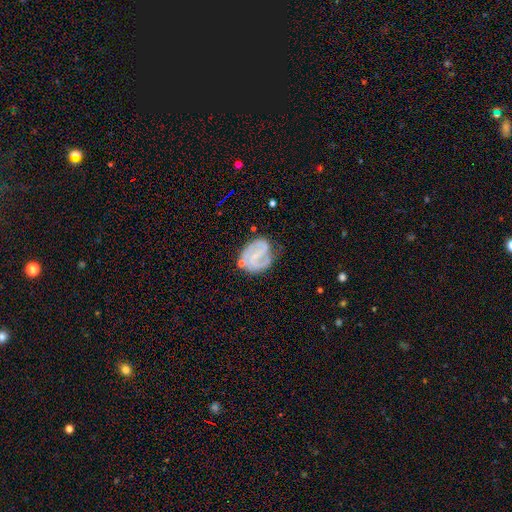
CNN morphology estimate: featured or disk 77%, smooth 16%, star or artifact 7%. Down the decision tree: edge-on disk — no (98%); bar — weak (47%); spiral arms — yes (90%); spiral arm count — 2 (65%); spiral winding — medium (44%); bulge size — small (58%); merging — none (60%).